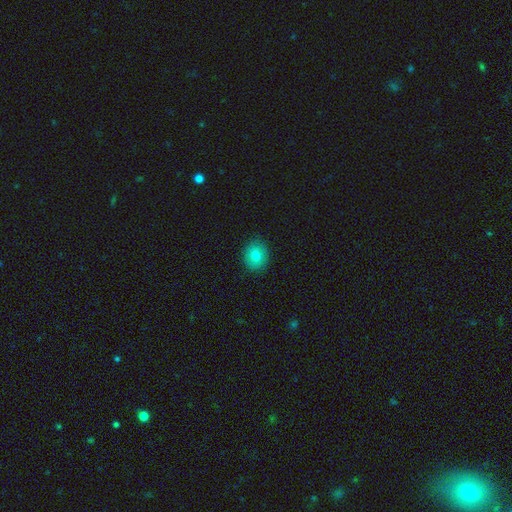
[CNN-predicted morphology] This is likely a smooth galaxy (79%). How rounded: likely round (71%). Merging: clearly none (89%).